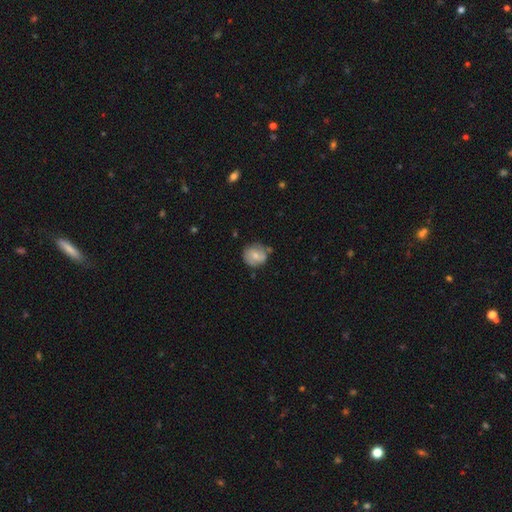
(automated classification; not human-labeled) This appears to be a smooth galaxy with no disk features (58%) that is round (80%). Merging: none (63%).